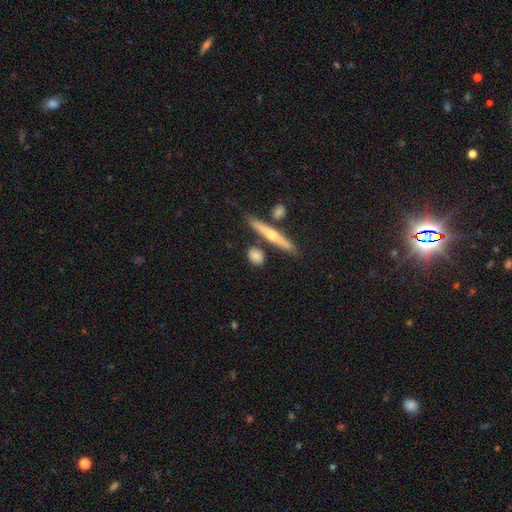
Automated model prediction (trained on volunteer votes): Morphology: type=smooth (68%); roundness=round (37%); merging=none (75%).